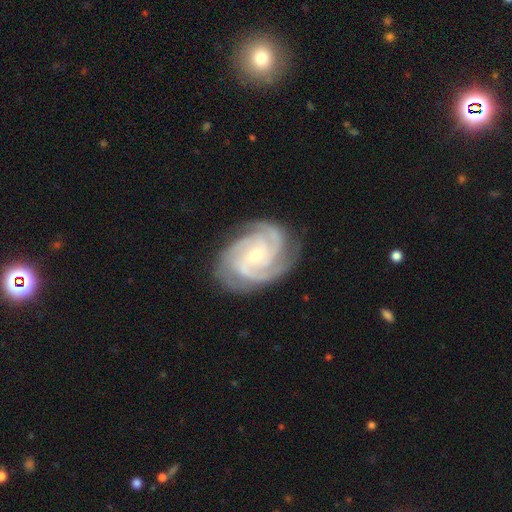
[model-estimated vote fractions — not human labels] A featured or disk galaxy (92%) with no bar (55%), 3 (50%) tight (66%) spiral arms (99%) and a small central bulge (59%).

Vote fractions:
- Smooth or featured? featured or disk: 92% / star or artifact: 4% / smooth: 4%
- Edge-on disk? no: 98% / yes: 2%
- Bar? no: 55% / weak: 35% / strong: 10%
- Spiral arms? yes: 99% / no: 1%
- Spiral winding? tight: 66% / medium: 31% / loose: 3%
- Spiral arm count? 3: 50% / 4: 30% / can't tell: 6% / 2: 6% / more than 4: 4% / 1: 4%
- Bulge size? small: 59% / moderate: 38% / large: 1% / none: 1% / dominant: 1%
- Merging? none: 80% / minor disturbance: 15% / major disturbance: 4% / merger: 1%